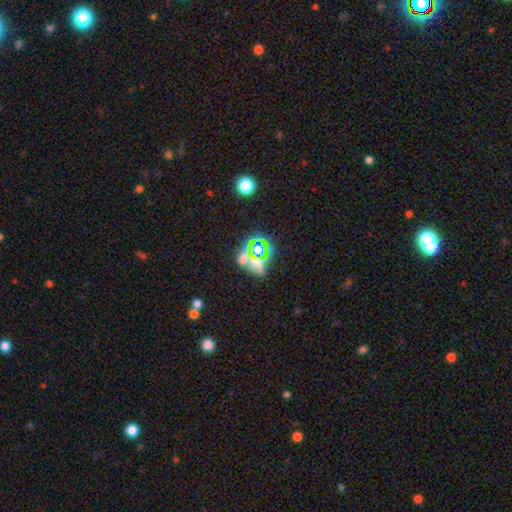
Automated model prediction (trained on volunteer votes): Smooth or featured? star or artifact (57%)